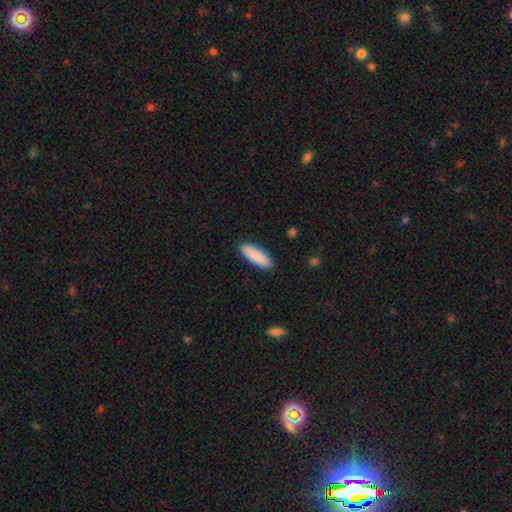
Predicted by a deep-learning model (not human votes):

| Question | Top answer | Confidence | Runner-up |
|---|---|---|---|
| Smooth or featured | smooth | 89% | star or artifact (5%) |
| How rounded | cigar-shaped | 51% | in between (47%) |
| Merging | none | 91% | minor disturbance (7%) |